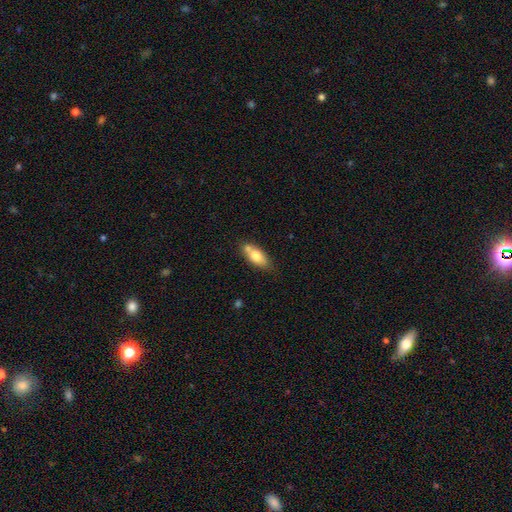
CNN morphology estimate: smooth-or-featured: smooth: 72% | featured or disk: 21% | star or artifact: 7%
  how-rounded: in between: 79% | cigar-shaped: 17% | round: 3%
  merging: none: 58% | minor disturbance: 20% | merger: 18% | major disturbance: 4%